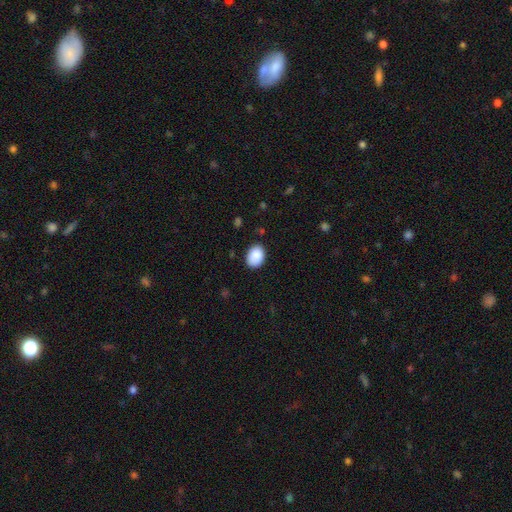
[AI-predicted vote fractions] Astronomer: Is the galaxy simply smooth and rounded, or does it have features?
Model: smooth — 89%.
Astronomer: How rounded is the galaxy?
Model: in between — 77%.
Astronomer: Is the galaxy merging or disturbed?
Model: none — 83%.